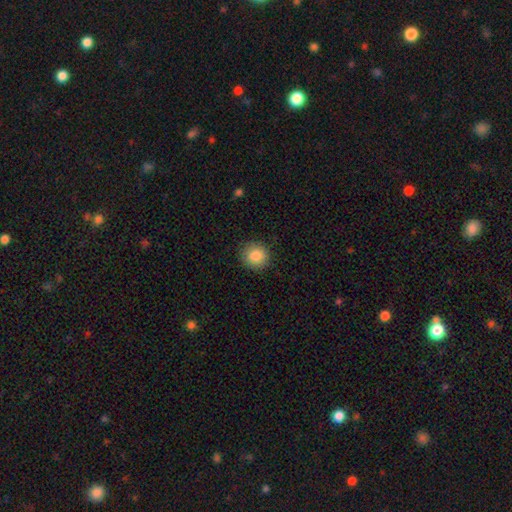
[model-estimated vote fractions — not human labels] This is clearly a smooth galaxy (87%). How rounded: clearly round (89%). Merging: clearly none (89%).